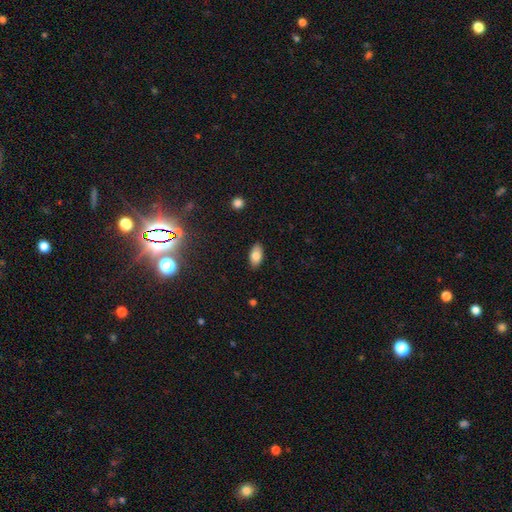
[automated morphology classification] smooth-or-featured: smooth: 83% | featured or disk: 9% | star or artifact: 8%
  how-rounded: in between: 93% | cigar-shaped: 4% | round: 3%
  merging: none: 87% | minor disturbance: 10% | major disturbance: 2% | merger: 1%